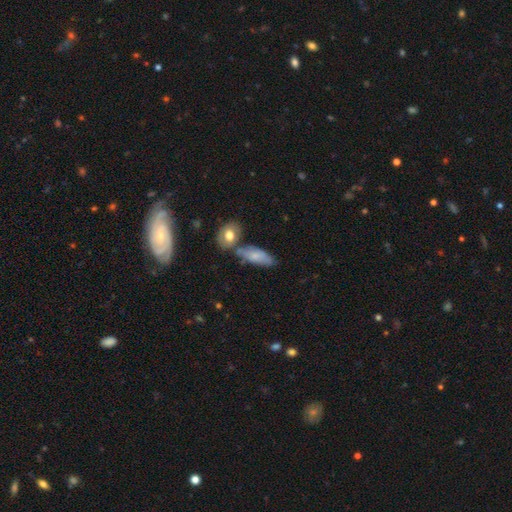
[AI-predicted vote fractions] The model was most divided on "merging": none: 52%, minor disturbance: 21%, merger: 21%, major disturbance: 6%. More confident: how rounded — in between (77%); smooth or featured — smooth (72%).